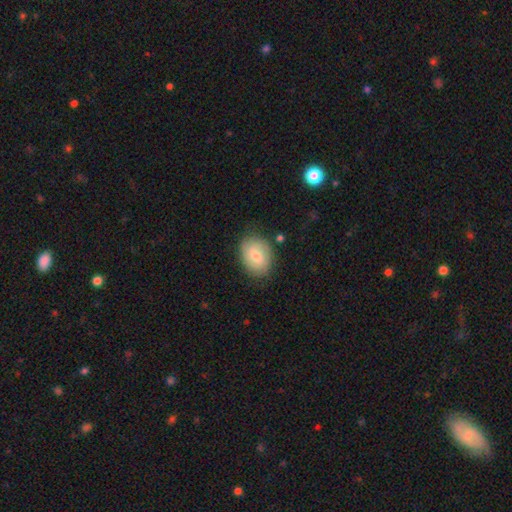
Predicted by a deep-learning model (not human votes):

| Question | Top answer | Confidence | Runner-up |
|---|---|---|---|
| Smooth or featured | smooth | 73% | featured or disk (20%) |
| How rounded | in between | 66% | round (33%) |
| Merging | none | 80% | minor disturbance (15%) |